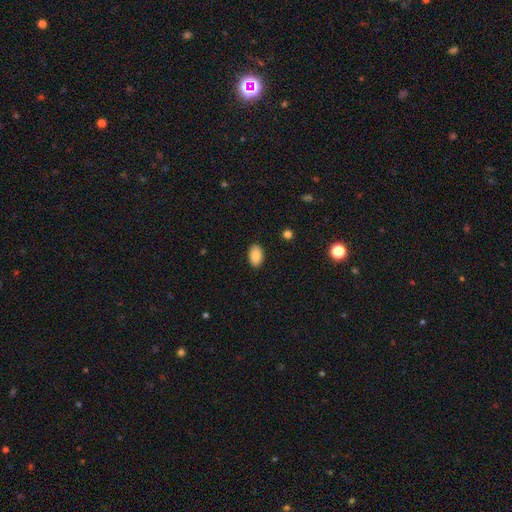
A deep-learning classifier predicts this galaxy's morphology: Smooth or featured?
  - smooth: 86% *
  - star or artifact: 8%
  - featured or disk: 6%
How rounded?
  - in between: 90% *
  - round: 8%
  - cigar-shaped: 1%
Merging?
  - none: 89% *
  - minor disturbance: 8%
  - major disturbance: 2%
  - merger: 1%